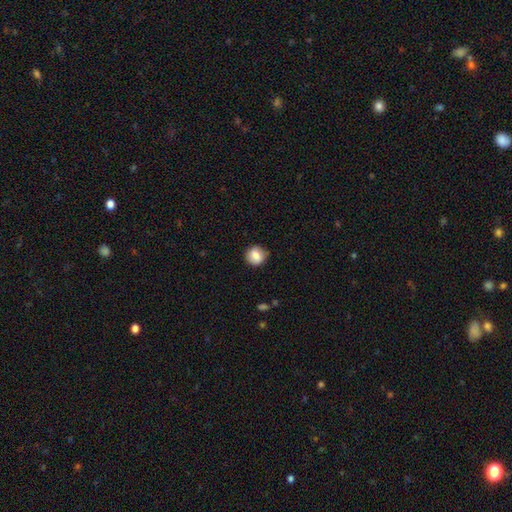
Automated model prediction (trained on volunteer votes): This appears to be a smooth galaxy with no disk features (82%) that is round (85%). Merging: none (83%).